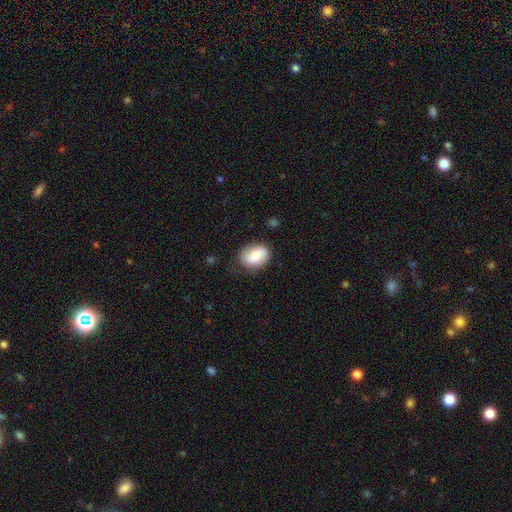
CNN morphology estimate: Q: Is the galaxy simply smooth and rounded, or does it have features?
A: smooth — 71%.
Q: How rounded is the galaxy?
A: in between — 67%.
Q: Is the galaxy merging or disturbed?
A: none — 75%.